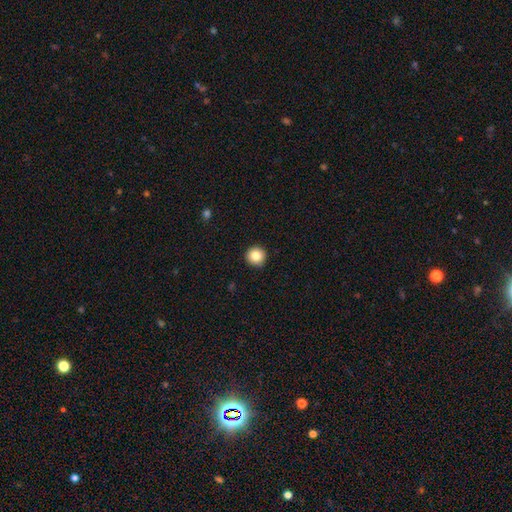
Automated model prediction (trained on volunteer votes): Q: Smooth or featured?
A: smooth (85%); runner-up: star or artifact (9%)
Q: How rounded?
A: round (95%); runner-up: in between (4%)
Q: Merging?
A: none (92%); runner-up: minor disturbance (5%)